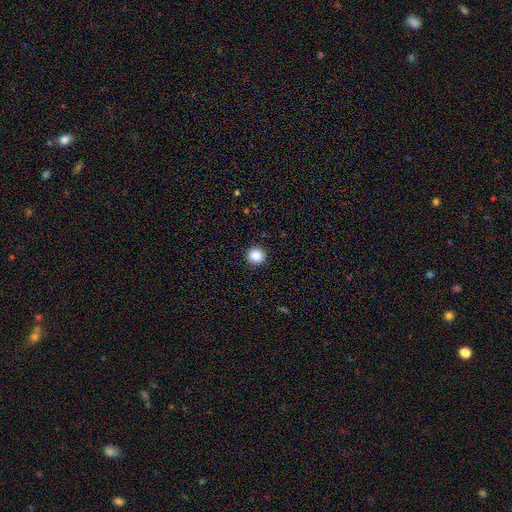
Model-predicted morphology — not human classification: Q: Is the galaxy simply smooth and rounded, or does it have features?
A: smooth — 87%.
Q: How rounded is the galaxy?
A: round — 93%.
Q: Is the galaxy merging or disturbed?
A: none — 92%.